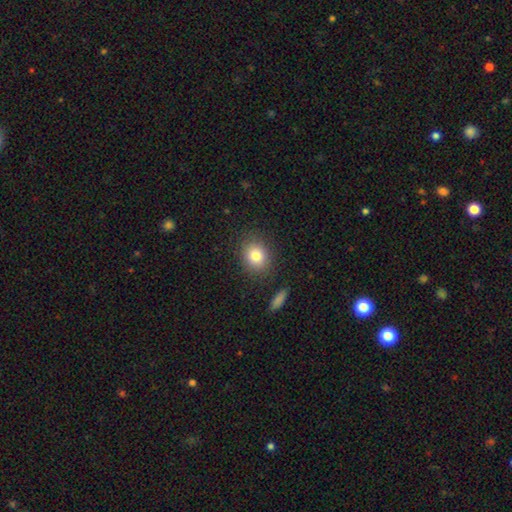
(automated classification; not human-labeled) Q: Smooth or featured?
A: smooth (81%); runner-up: star or artifact (10%)
Q: How rounded?
A: round (58%); runner-up: in between (41%)
Q: Merging?
A: none (84%); runner-up: minor disturbance (10%)